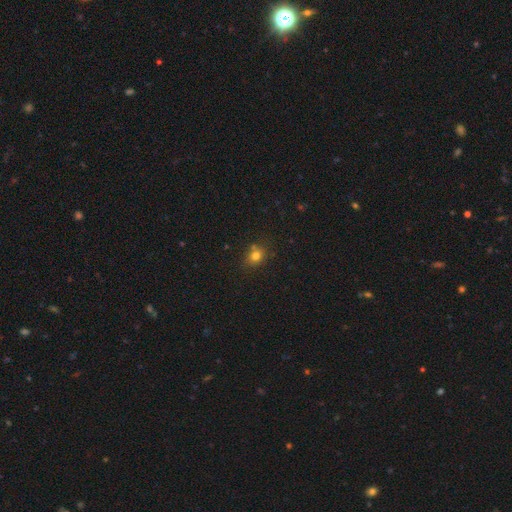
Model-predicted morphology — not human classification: smooth-or-featured: smooth: 76% | star or artifact: 16% | featured or disk: 8%
  how-rounded: round: 62% | in between: 37% | cigar-shaped: 1%
  merging: none: 70% | minor disturbance: 14% | merger: 12% | major disturbance: 4%